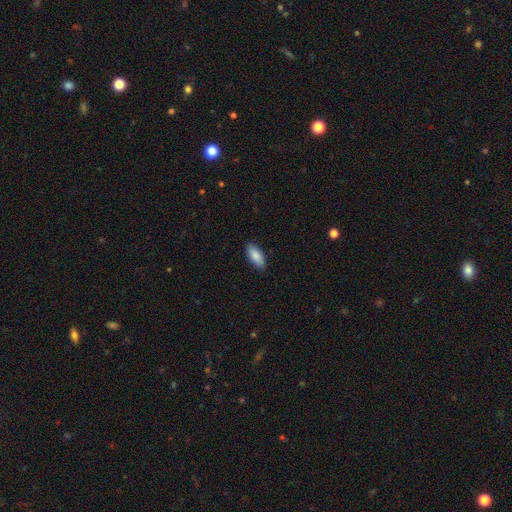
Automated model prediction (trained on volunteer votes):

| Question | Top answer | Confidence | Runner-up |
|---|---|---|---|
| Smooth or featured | smooth | 86% | featured or disk (8%) |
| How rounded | in between | 84% | cigar-shaped (14%) |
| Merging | none | 87% | minor disturbance (10%) |